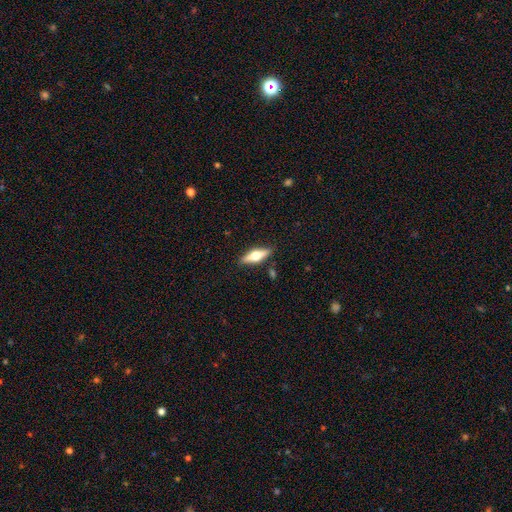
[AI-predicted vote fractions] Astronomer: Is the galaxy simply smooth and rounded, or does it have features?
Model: featured or disk — 52% (runner-up: smooth, 41%).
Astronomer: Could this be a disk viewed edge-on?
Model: yes — 92%.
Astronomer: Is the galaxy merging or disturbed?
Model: none — 85%.